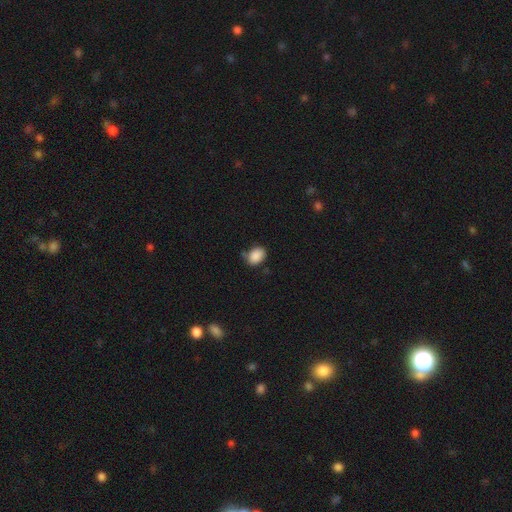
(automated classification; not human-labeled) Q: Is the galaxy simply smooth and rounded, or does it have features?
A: smooth — 88%.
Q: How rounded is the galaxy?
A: in between — 73%.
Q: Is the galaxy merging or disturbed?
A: none — 68%.